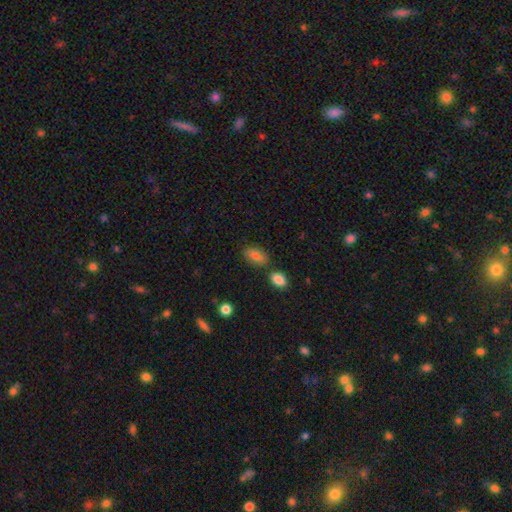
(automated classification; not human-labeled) smooth_or_featured: smooth (p=0.84) [alt: star or artifact p=0.08]
how_rounded: in between (p=0.91) [alt: round p=0.06]
merging: none (p=0.73) [alt: minor disturbance p=0.13]